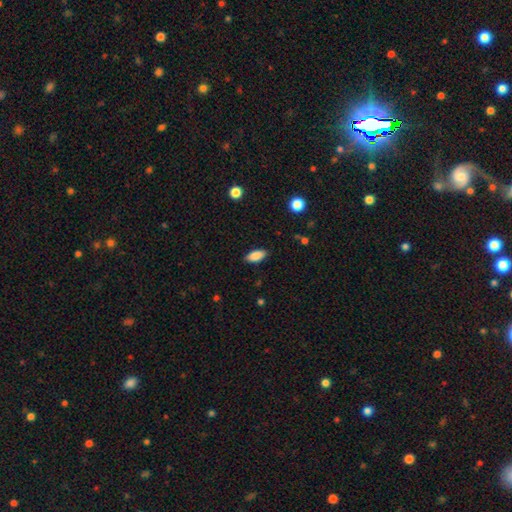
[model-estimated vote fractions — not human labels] smooth-or-featured: smooth: 88% | star or artifact: 7% | featured or disk: 5%
  how-rounded: in between: 88% | cigar-shaped: 9% | round: 2%
  merging: none: 87% | minor disturbance: 10% | major disturbance: 2% | merger: 1%